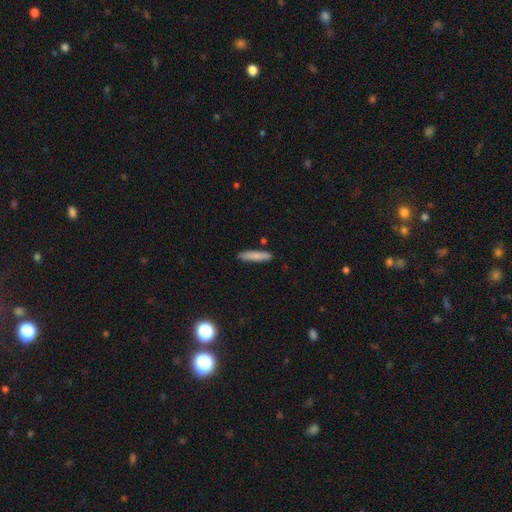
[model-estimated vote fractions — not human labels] This appears to be a smooth galaxy with no disk features (82%) that is cigar-shaped (86%). Merging: none (86%).